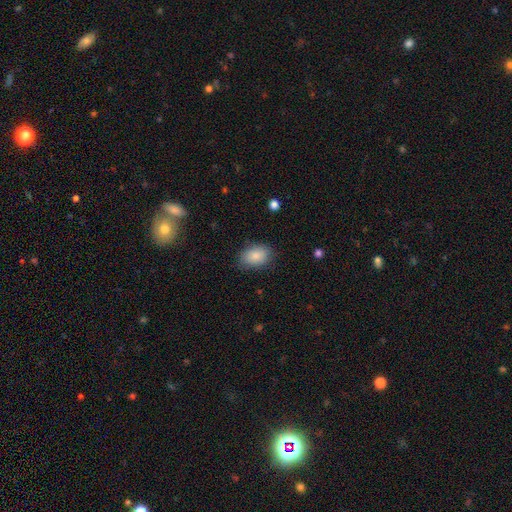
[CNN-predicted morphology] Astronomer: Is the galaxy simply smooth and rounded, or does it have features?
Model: smooth — 86%.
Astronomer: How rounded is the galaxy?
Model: in between — 85%.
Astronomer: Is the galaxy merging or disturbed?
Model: none — 81%.